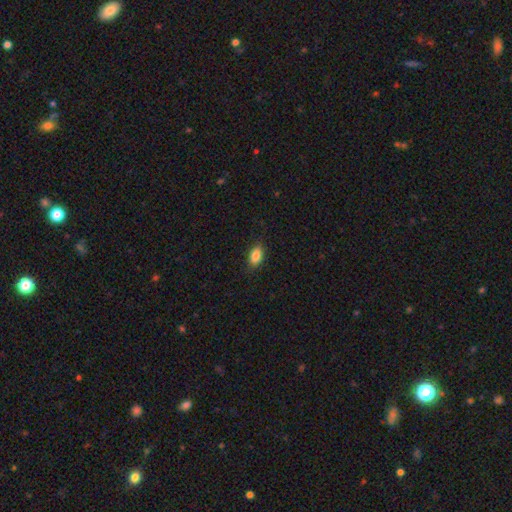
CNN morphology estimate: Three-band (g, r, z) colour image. It shows a smooth galaxy with no disk features (84%) that is in between round and cigar-shaped (87%). Merging: none (84%).